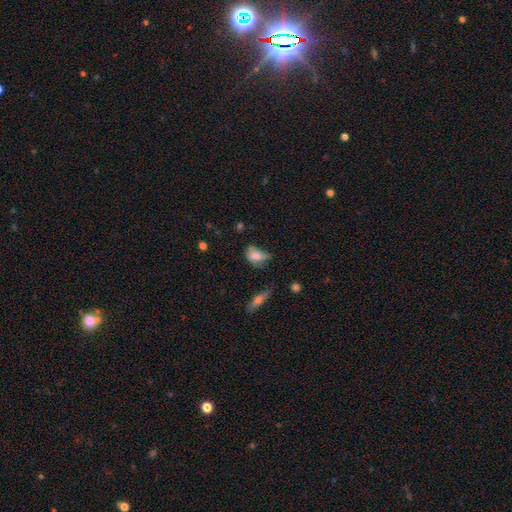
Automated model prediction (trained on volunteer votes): smooth_or_featured: smooth (p=0.69) [alt: featured or disk p=0.21]
how_rounded: in between (p=0.80) [alt: round p=0.17]
merging: minor disturbance (p=0.35) [alt: none p=0.34]